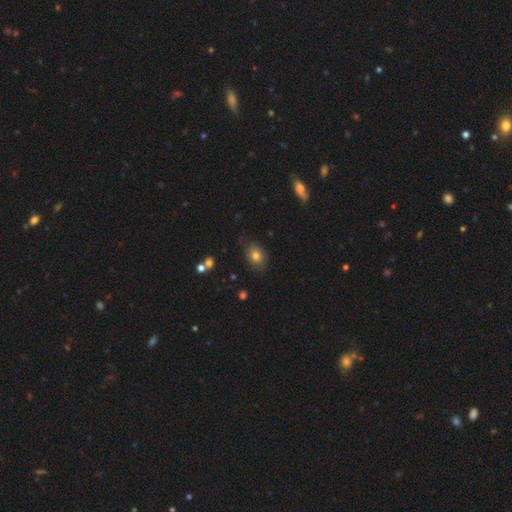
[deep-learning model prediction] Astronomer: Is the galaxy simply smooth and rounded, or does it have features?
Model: smooth — 78%.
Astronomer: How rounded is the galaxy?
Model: in between — 62%.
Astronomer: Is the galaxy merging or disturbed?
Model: none — 79%.